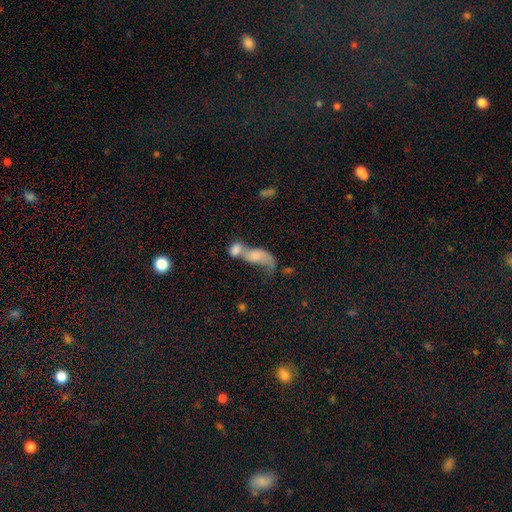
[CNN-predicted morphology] A smooth galaxy with no disk features (55%) that is in between round and cigar-shaped (77%). Merging: merger (72%).